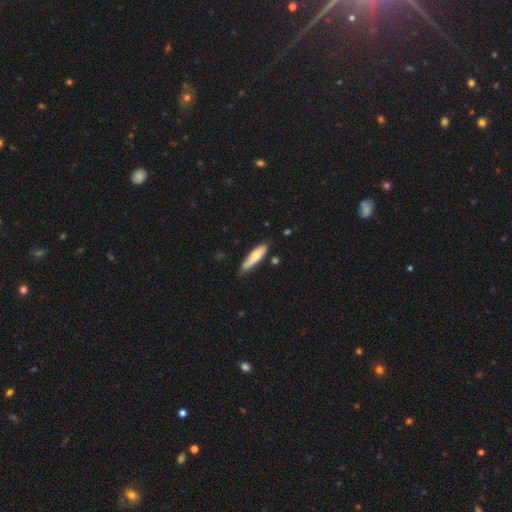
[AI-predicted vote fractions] Morphology: type=smooth (65%); roundness=cigar-shaped (73%); merging=none (73%).